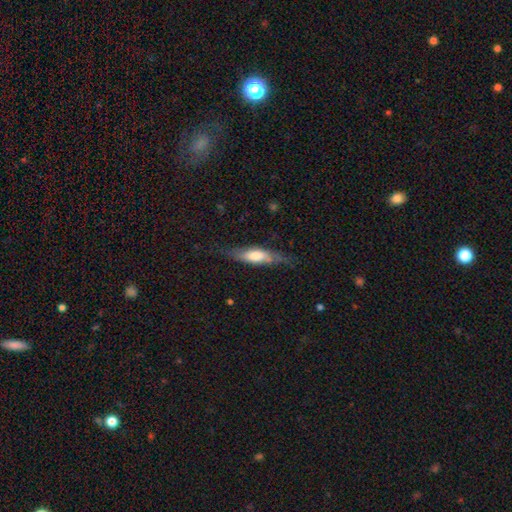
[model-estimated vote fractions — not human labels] Q: Smooth or featured?
A: smooth (52%); runner-up: featured or disk (42%)
Q: How rounded?
A: cigar-shaped (63%); runner-up: in between (35%)
Q: Merging?
A: none (68%); runner-up: minor disturbance (23%)